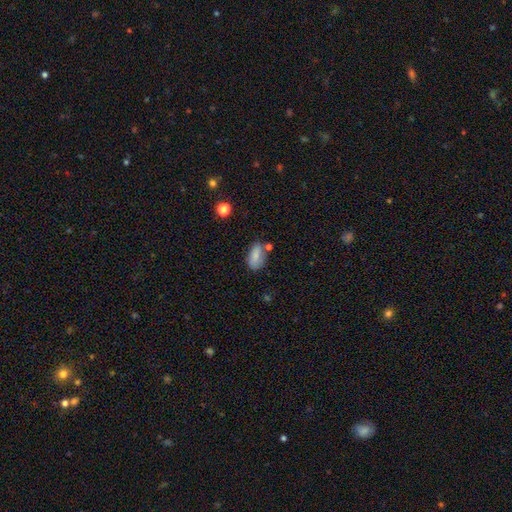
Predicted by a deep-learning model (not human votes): A smooth galaxy with no disk features (81%) that is in between round and cigar-shaped (87%). Merging: none (60%).